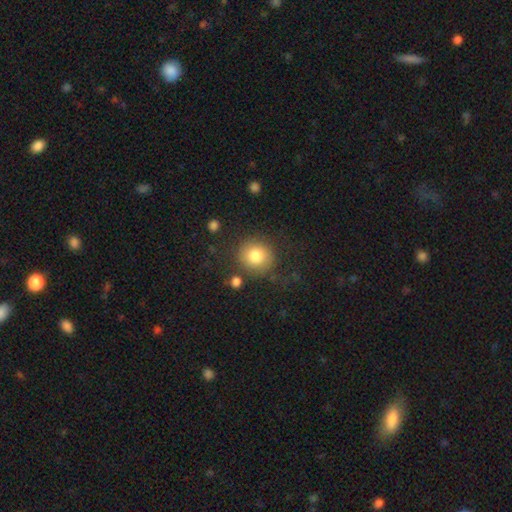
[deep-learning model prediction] Morphology: type=smooth (81%); roundness=round (88%); merging=none (79%).